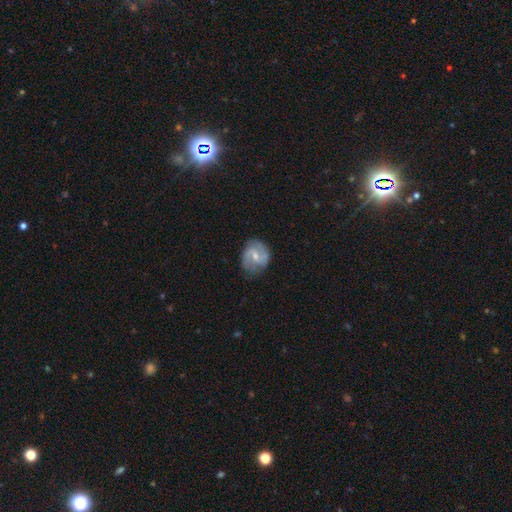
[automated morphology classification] The model was most divided on "bulge size": small: 48%, moderate: 47%, none: 2%, large: 2%, dominant: 1%. Remaining: edge-on disk — no (98%); spiral arms — yes (89%); spiral arm count — 2 (82%); merging — none (73%); smooth or featured — featured or disk (67%); bar — weak (53%); spiral winding — medium (48%).